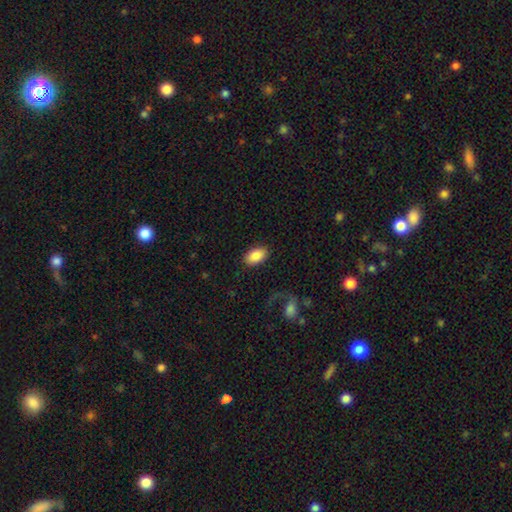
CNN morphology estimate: The model was most divided on "merging": none: 86%, minor disturbance: 9%, major disturbance: 4%, merger: 2%. More confident: how rounded — in between (93%); smooth or featured — smooth (86%).